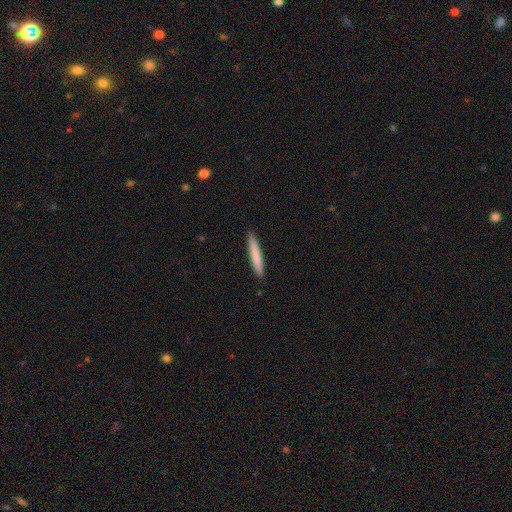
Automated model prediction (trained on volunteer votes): Smooth or featured? Predicted: smooth (p=0.79). How rounded? Predicted: cigar-shaped (p=0.95). Merging? Predicted: none (p=0.92).